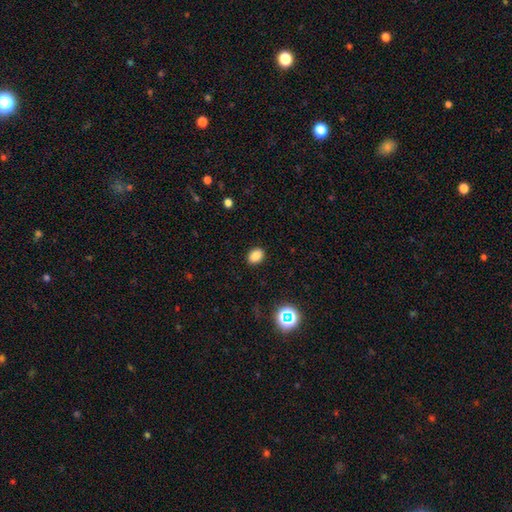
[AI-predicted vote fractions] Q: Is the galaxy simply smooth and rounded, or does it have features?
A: smooth — 85%.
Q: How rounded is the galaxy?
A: in between — 67%.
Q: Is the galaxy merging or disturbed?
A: none — 89%.